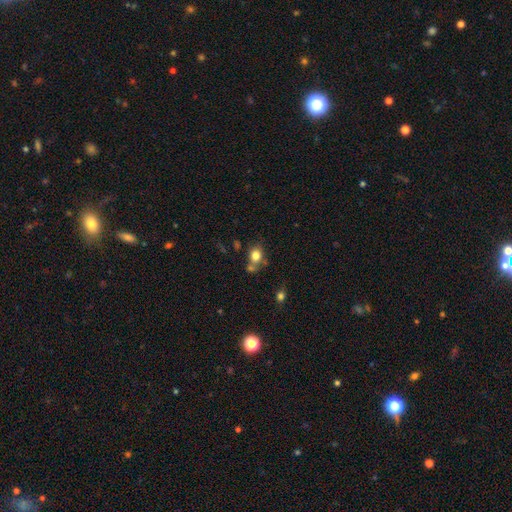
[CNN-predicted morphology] This is likely a smooth galaxy (79%). How rounded: possibly round (54%). Merging: possibly none (55%).